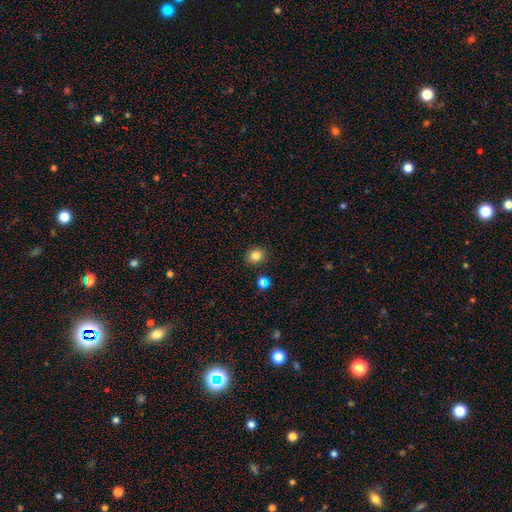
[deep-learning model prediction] The model was most divided on "how rounded": round: 76%, in between: 23%, cigar-shaped: 1%. More confident: merging — none (87%); smooth or featured — smooth (82%).